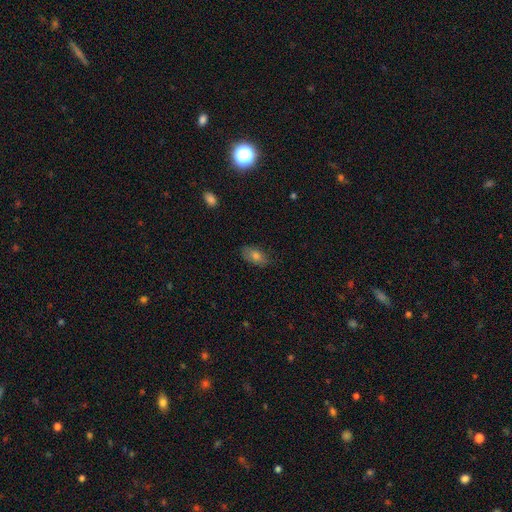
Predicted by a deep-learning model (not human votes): Morphology: type=smooth (76%); roundness=in between (90%); merging=none (81%).